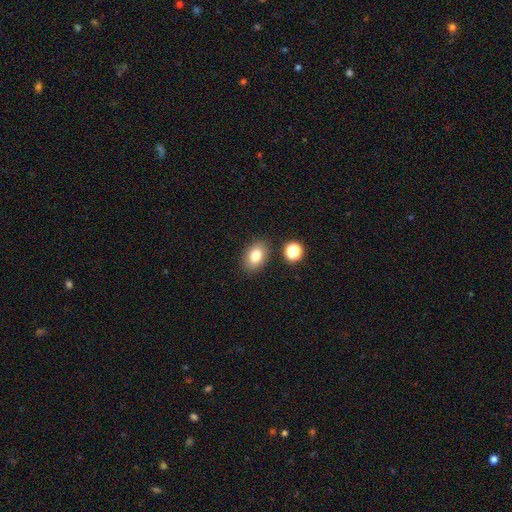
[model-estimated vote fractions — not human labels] Q: Smooth or featured?
A: smooth (80%); runner-up: star or artifact (10%)
Q: How rounded?
A: in between (81%); runner-up: round (18%)
Q: Merging?
A: none (83%); runner-up: minor disturbance (10%)